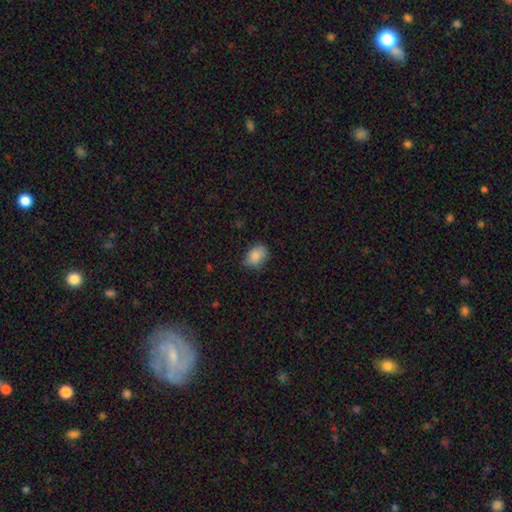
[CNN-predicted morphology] smooth-or-featured: smooth: 86% | star or artifact: 8% | featured or disk: 6%
  how-rounded: in between: 78% | round: 21% | cigar-shaped: 1%
  merging: none: 70% | minor disturbance: 25% | major disturbance: 4% | merger: 1%